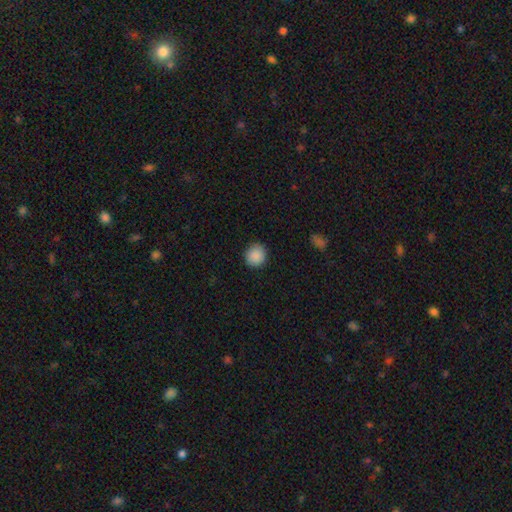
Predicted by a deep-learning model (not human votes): Smooth or featured?
  - smooth: 89% *
  - star or artifact: 8%
  - featured or disk: 3%
How rounded?
  - round: 90% *
  - in between: 9%
  - cigar-shaped: 1%
Merging?
  - none: 89% *
  - minor disturbance: 8%
  - major disturbance: 2%
  - merger: 1%